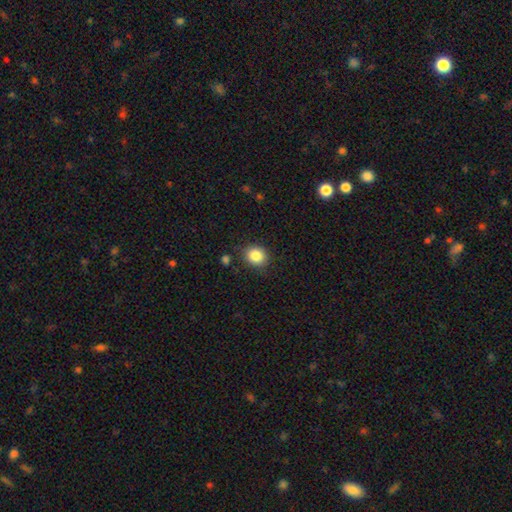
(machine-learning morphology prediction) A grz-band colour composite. It shows a smooth galaxy with no disk features (85%) that is round (77%). Merging: none (86%).